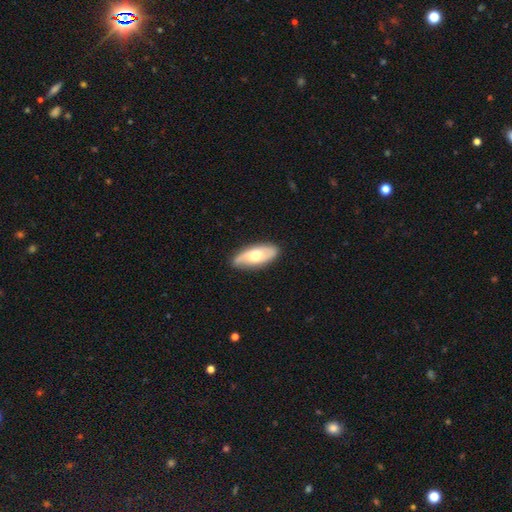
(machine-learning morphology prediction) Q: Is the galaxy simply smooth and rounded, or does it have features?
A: featured or disk — 48%.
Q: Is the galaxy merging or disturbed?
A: none — 83%.